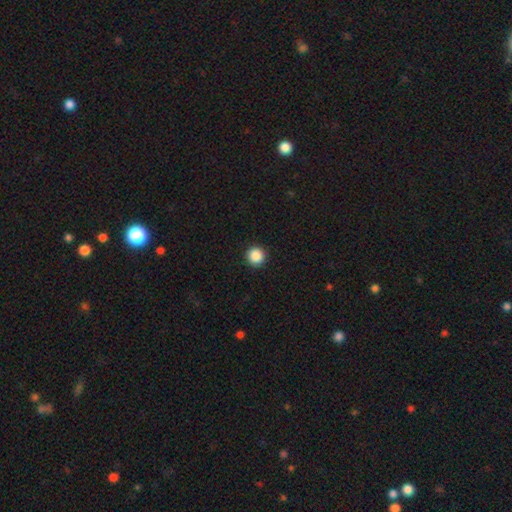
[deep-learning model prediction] A smooth galaxy with no disk features (88%) that is round (96%). Merging: none (93%).